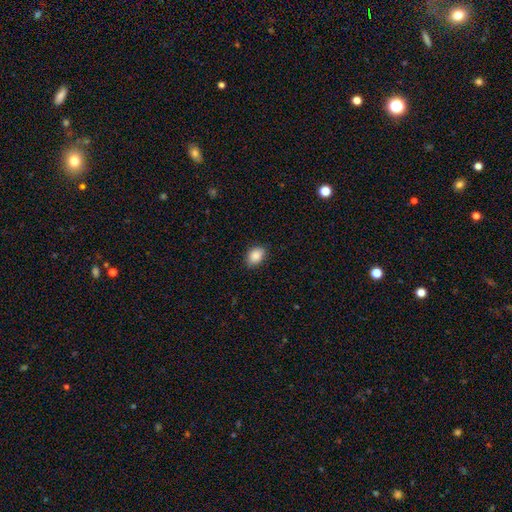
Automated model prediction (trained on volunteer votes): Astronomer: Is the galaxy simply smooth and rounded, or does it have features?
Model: smooth — 89%.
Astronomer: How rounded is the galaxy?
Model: in between — 76%.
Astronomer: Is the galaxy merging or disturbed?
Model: none — 86%.